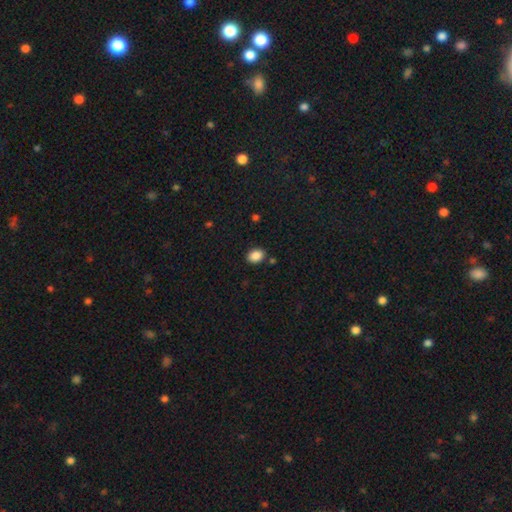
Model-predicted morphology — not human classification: Overall: smooth (88%). How rounded: in between (68%; round 31%). Merging: none (86%).